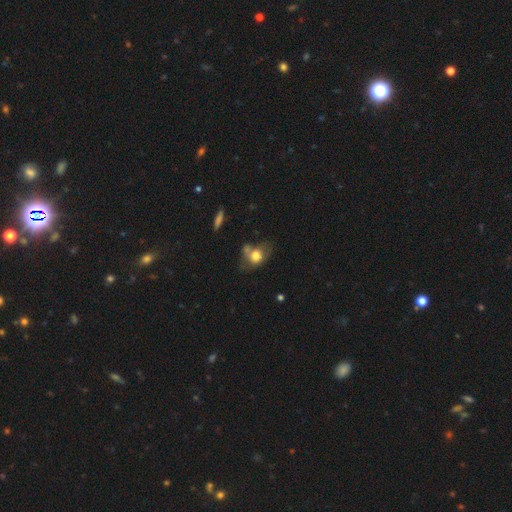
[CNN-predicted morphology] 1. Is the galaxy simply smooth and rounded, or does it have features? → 69% smooth, 22% featured or disk, 9% star or artifact.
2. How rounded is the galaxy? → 59% in between, 39% round, 2% cigar-shaped.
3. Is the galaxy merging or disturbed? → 37% none, 27% minor disturbance, 20% major disturbance, 16% merger.